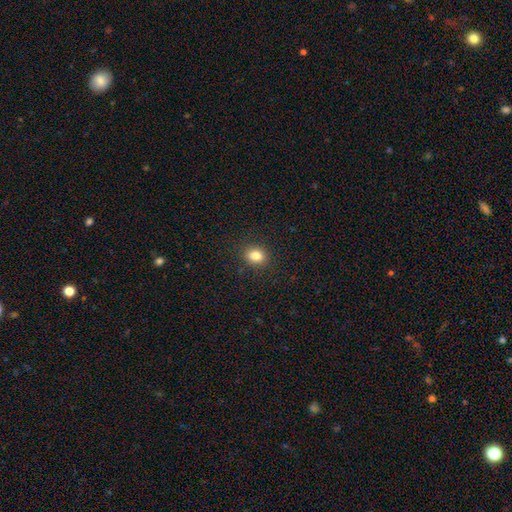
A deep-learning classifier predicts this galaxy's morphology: smooth 83%, star or artifact 11%, featured or disk 6%. Down the decision tree: how rounded — round (51%); merging — none (89%).